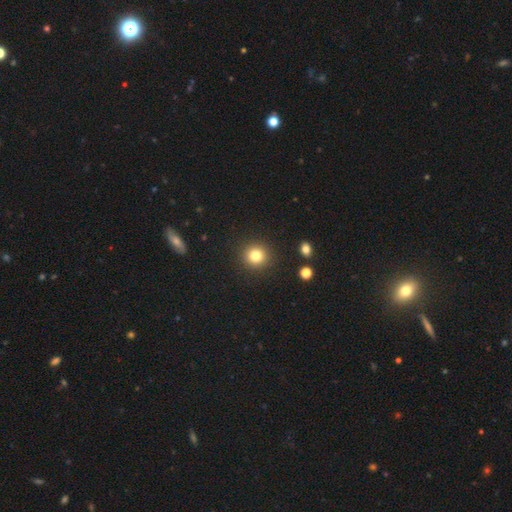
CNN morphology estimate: type=smooth (81%); roundness=round (92%); merging=none (91%).